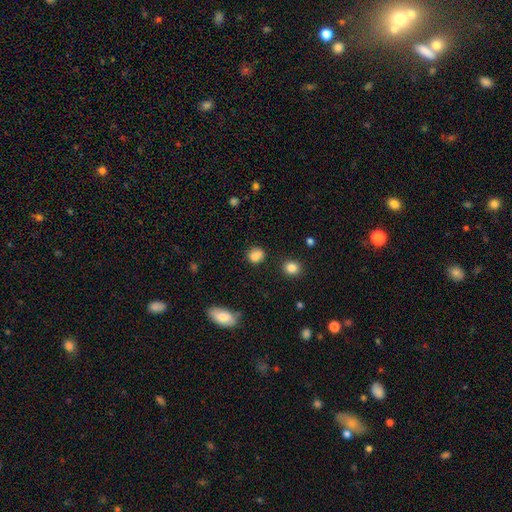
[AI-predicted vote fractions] Morphology: type=smooth (80%); roundness=round (75%); merging=none (66%).